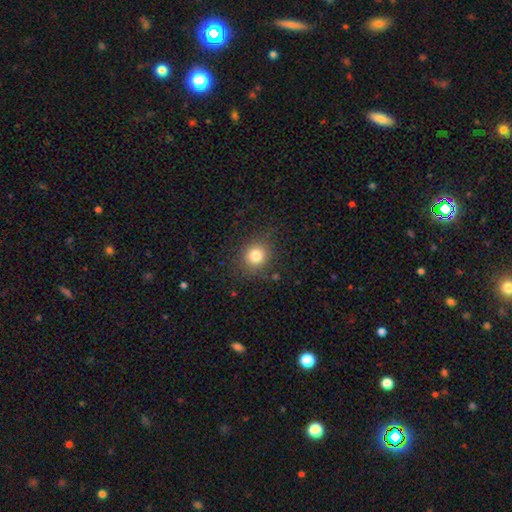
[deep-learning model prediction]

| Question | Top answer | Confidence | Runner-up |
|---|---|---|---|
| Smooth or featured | smooth | 80% | star or artifact (12%) |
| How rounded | round | 83% | in between (16%) |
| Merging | none | 84% | minor disturbance (11%) |